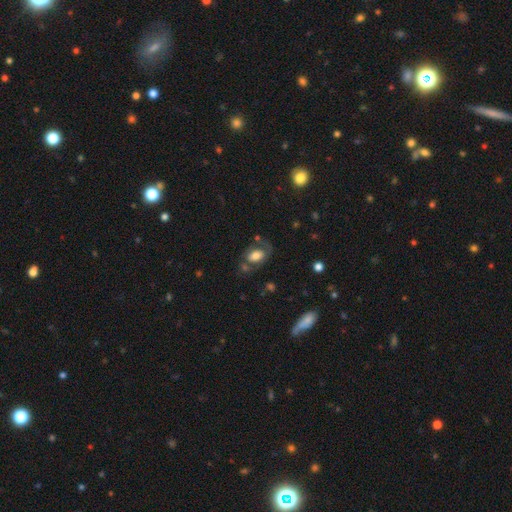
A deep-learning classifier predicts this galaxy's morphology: This is possibly a smooth galaxy (60%). How rounded: clearly in between (83%). Merging: possibly none (49%).